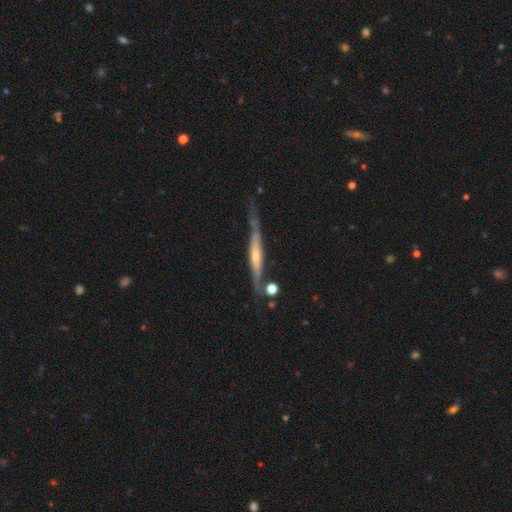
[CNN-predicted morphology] A featured or disk galaxy (74%) viewed edge-on (90%) with a rounded central bulge (59%). Merging: none (59%).